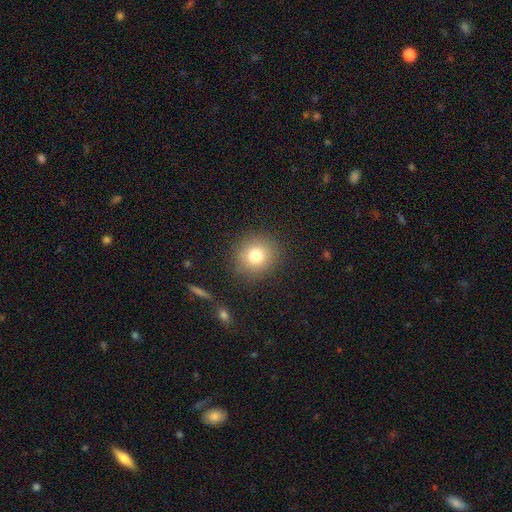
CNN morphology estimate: A smooth galaxy with no disk features (79%) that is round (88%).

Vote fractions:
- Smooth or featured? smooth: 79% / star or artifact: 12% / featured or disk: 9%
- How rounded? round: 88% / in between: 11% / cigar-shaped: 1%
- Merging? none: 87% / minor disturbance: 8% / major disturbance: 3% / merger: 2%